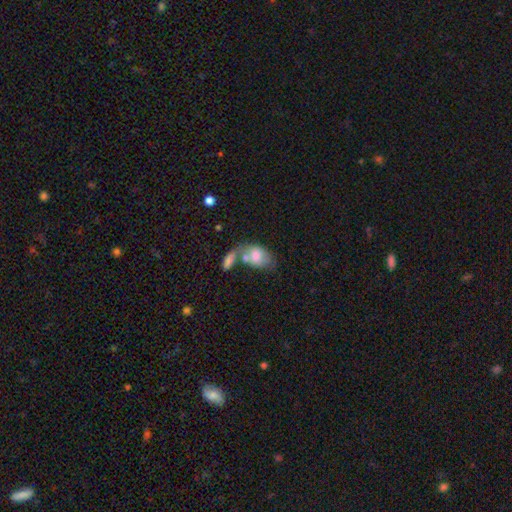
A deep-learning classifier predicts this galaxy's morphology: smooth_or_featured: smooth (p=0.69) [alt: featured or disk p=0.24]
how_rounded: in between (p=0.87) [alt: round p=0.11]
merging: merger (p=0.51) [alt: none p=0.24]